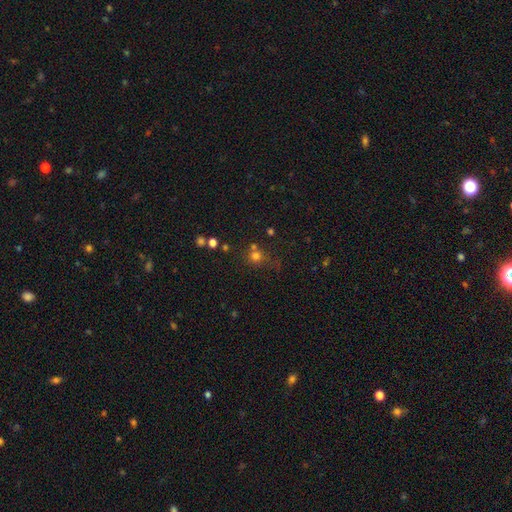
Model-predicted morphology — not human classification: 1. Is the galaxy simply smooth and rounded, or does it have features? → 70% smooth, 21% star or artifact, 9% featured or disk.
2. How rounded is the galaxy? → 86% round, 13% in between, 1% cigar-shaped.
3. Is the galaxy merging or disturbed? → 60% none, 20% merger, 13% minor disturbance, 7% major disturbance.